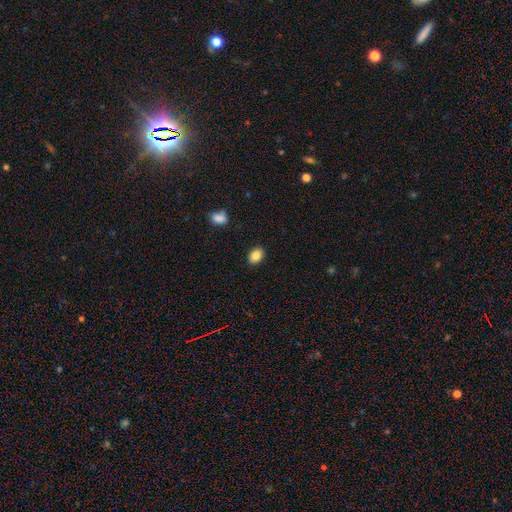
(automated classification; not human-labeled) Q: Smooth or featured?
A: smooth (87%); runner-up: star or artifact (8%)
Q: How rounded?
A: in between (75%); runner-up: round (24%)
Q: Merging?
A: none (89%); runner-up: minor disturbance (8%)